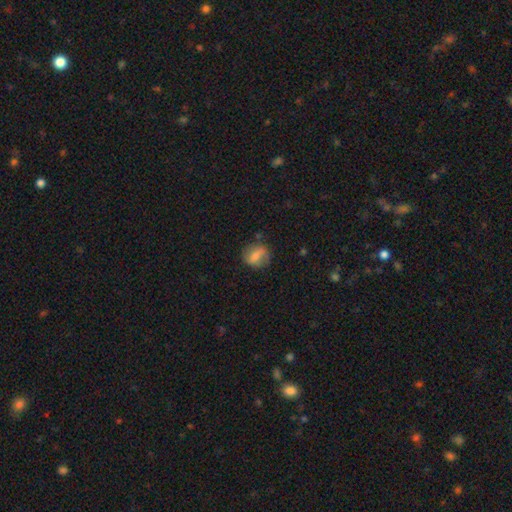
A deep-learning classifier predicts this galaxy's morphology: type=smooth (60%); roundness=round (58%); merging=none (65%).